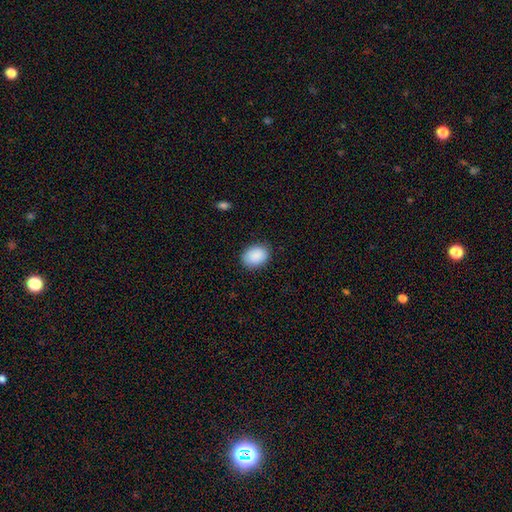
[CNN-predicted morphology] smooth 90%, star or artifact 7%, featured or disk 3%. Down the decision tree: how rounded — in between (68%); merging — none (87%).